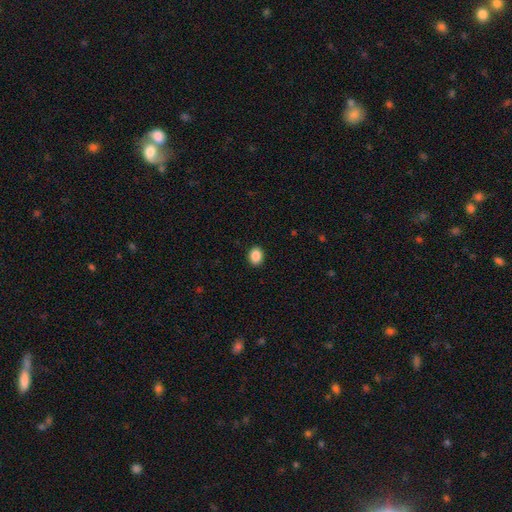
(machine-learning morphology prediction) Smooth or featured? Predicted: smooth (p=0.88). How rounded? Predicted: in between (p=0.54). Merging? Predicted: none (p=0.91).